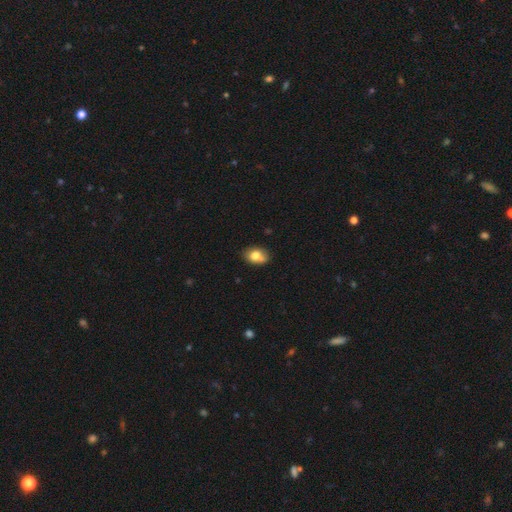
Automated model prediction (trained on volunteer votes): Smooth or featured? Predicted: smooth (p=0.76). How rounded? Predicted: in between (p=0.73). Merging? Predicted: none (p=0.62).